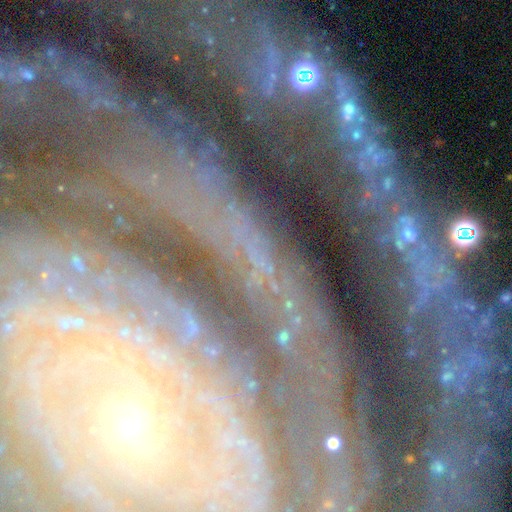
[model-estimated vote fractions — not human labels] Morphology: type=star or artifact (53%).